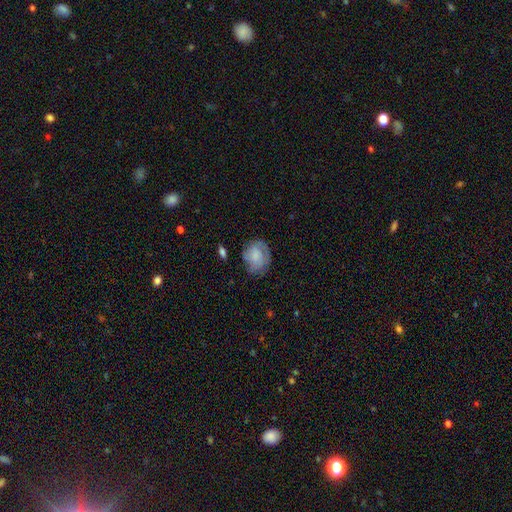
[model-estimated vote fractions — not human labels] Q: Smooth or featured?
A: smooth (52%); runner-up: featured or disk (39%)
Q: How rounded?
A: round (55%); runner-up: in between (44%)
Q: Merging?
A: none (63%); runner-up: minor disturbance (24%)